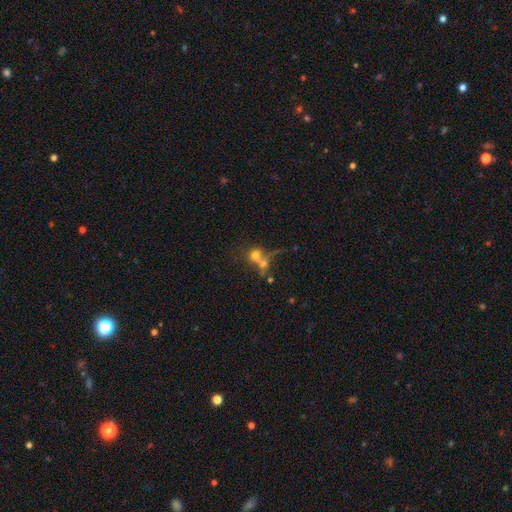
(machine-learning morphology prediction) This is possibly a smooth galaxy (59%). How rounded: likely round (76%). Merging: possibly merger (60%).